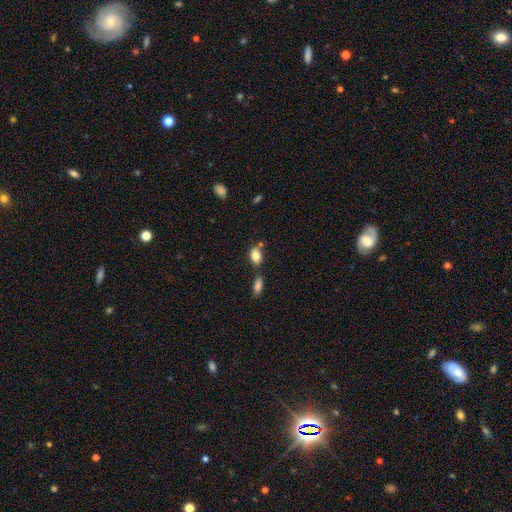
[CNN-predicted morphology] smooth 84%, featured or disk 8%, star or artifact 8%. Down the decision tree: how rounded — in between (83%); merging — none (62%).